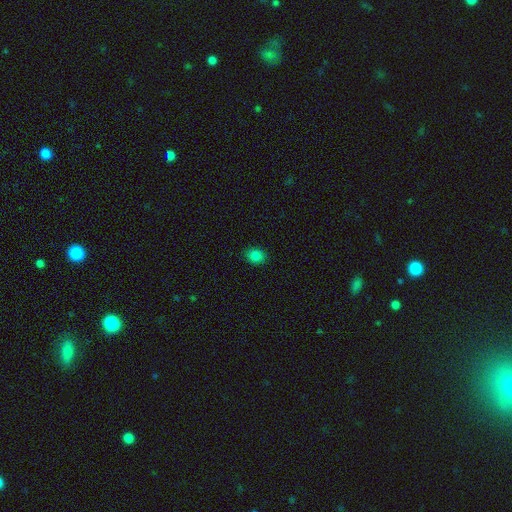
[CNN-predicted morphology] Smooth or featured? Predicted: smooth (p=0.82). How rounded? Predicted: round (p=0.54). Merging? Predicted: none (p=0.89).